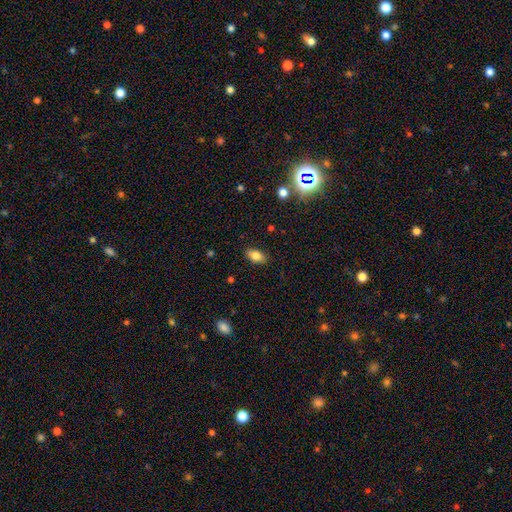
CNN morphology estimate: A smooth galaxy with no disk features (82%) that is in between round and cigar-shaped (90%).

Vote fractions:
- Smooth or featured? smooth: 82% / featured or disk: 9% / star or artifact: 9%
- How rounded? in between: 90% / round: 6% / cigar-shaped: 3%
- Merging? none: 87% / minor disturbance: 9% / major disturbance: 2% / merger: 1%